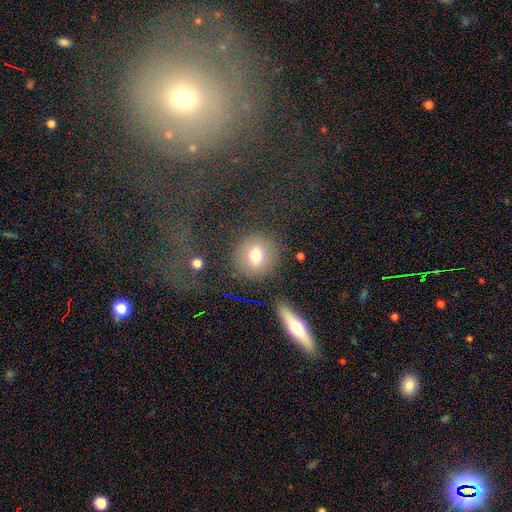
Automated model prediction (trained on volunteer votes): smooth-or-featured: smooth: 71% | featured or disk: 15% | star or artifact: 14%
  how-rounded: round: 79% | in between: 19% | cigar-shaped: 2%
  merging: none: 83% | minor disturbance: 10% | major disturbance: 4% | merger: 3%